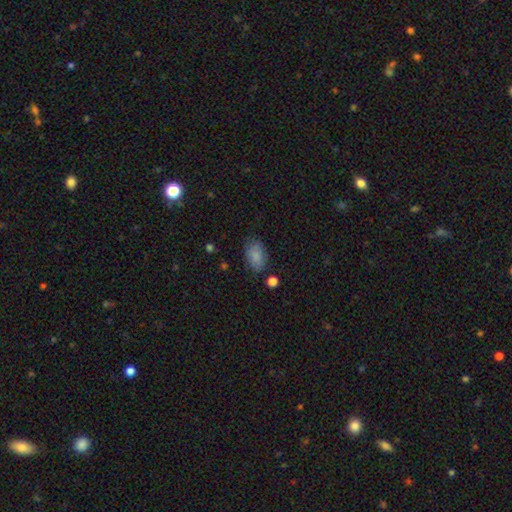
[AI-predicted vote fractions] Smooth or featured?
  - smooth: 85% *
  - star or artifact: 8%
  - featured or disk: 7%
How rounded?
  - in between: 90% *
  - round: 9%
  - cigar-shaped: 2%
Merging?
  - none: 75% *
  - minor disturbance: 18%
  - major disturbance: 5%
  - merger: 2%